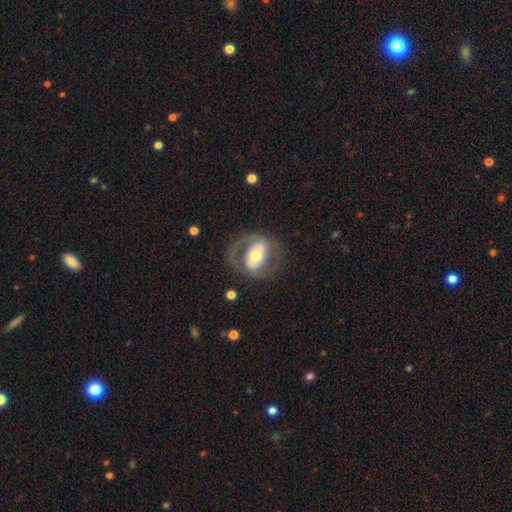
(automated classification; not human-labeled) Smooth or featured? featured or disk (69%)
Edge-on disk? no (95%)
Bar? no (35%)
Spiral arms? yes (67%)
Bulge size? moderate (63%)
Merging? none (63%)